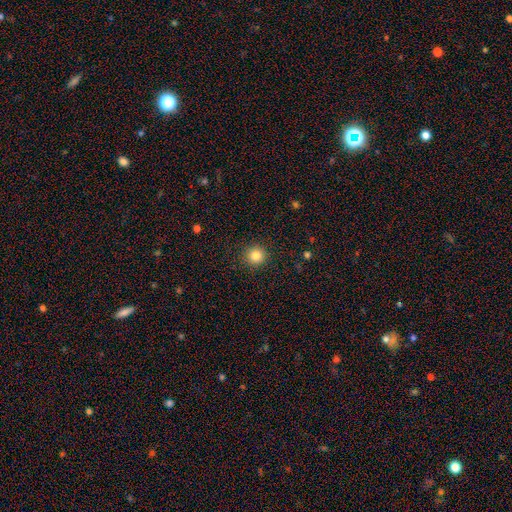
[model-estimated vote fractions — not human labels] Smooth or featured? Predicted: smooth (p=0.83). How rounded? Predicted: round (p=0.94). Merging? Predicted: none (p=0.92).